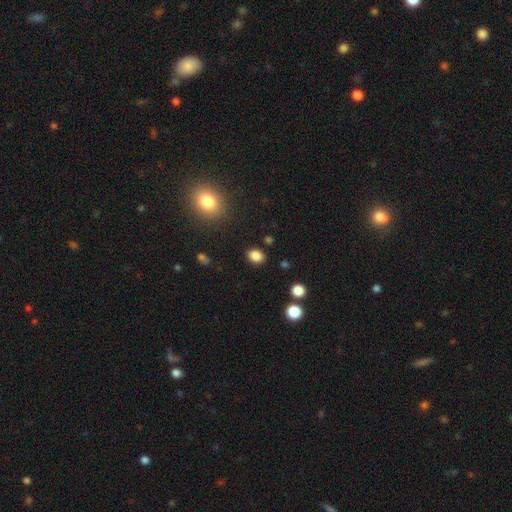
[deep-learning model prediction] Smooth or featured?
  - smooth: 85% *
  - star or artifact: 11%
  - featured or disk: 4%
How rounded?
  - in between: 59% *
  - round: 40%
  - cigar-shaped: 1%
Merging?
  - none: 86% *
  - minor disturbance: 9%
  - major disturbance: 3%
  - merger: 2%